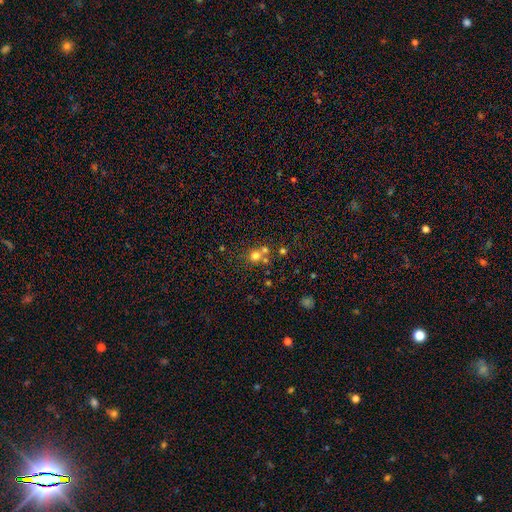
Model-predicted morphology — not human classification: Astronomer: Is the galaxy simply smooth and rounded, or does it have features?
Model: smooth — 69%.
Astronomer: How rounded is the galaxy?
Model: round — 86%.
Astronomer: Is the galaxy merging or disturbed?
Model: none — 50% (runner-up: merger, 39%).